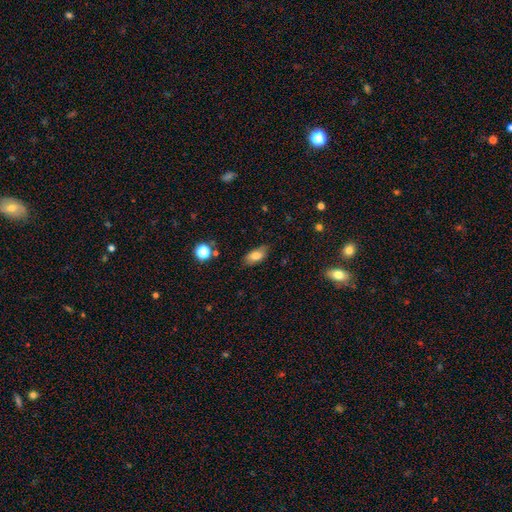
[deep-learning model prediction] smooth-or-featured: smooth: 78% | featured or disk: 14% | star or artifact: 8%
  how-rounded: in between: 88% | cigar-shaped: 7% | round: 5%
  merging: none: 76% | minor disturbance: 18% | major disturbance: 4% | merger: 2%